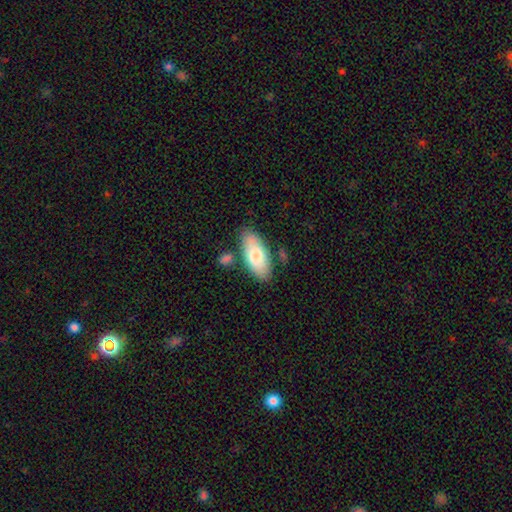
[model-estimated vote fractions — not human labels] Overall: smooth (76%). How rounded: in between (89%). Merging: none (75%).